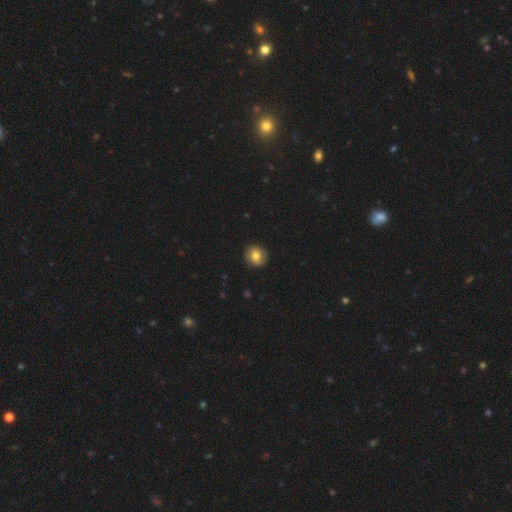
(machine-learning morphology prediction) A smooth galaxy with no disk features (72%) that is round (83%). Merging: none (88%).